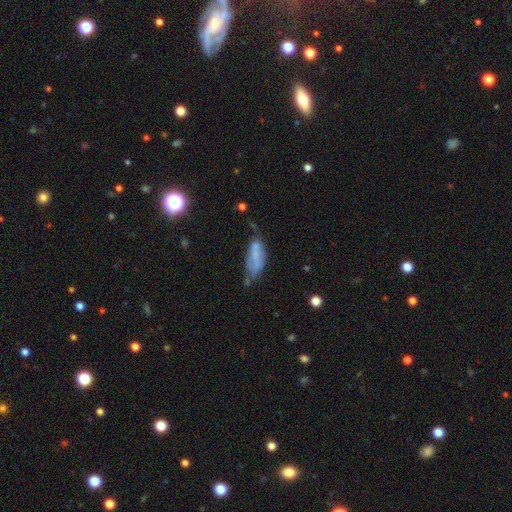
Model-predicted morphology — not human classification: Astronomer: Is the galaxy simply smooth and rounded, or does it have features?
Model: smooth — 54% (runner-up: featured or disk, 35%).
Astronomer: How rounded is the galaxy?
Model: in between — 69%.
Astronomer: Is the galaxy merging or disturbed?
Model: none — 34% (runner-up: minor disturbance, 33%).